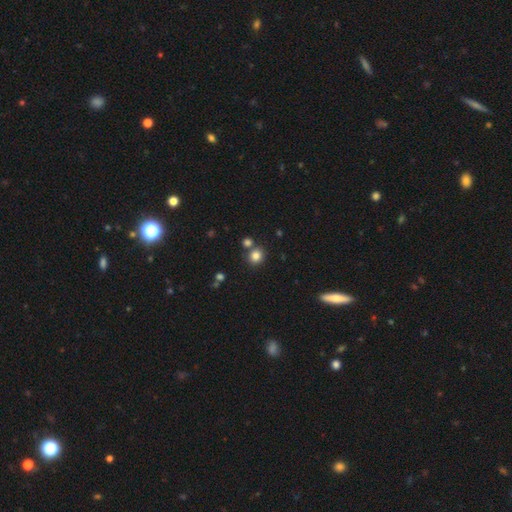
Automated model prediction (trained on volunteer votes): Smooth or featured? Predicted: smooth (p=0.82). How rounded? Predicted: round (p=0.87). Merging? Predicted: none (p=0.74).